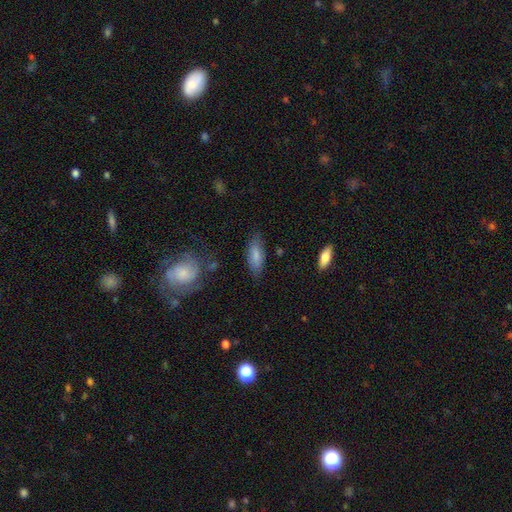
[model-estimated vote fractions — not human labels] The model was most divided on "how rounded": in between: 74%, cigar-shaped: 24%, round: 2%. More confident: smooth or featured — smooth (78%); merging — none (75%).